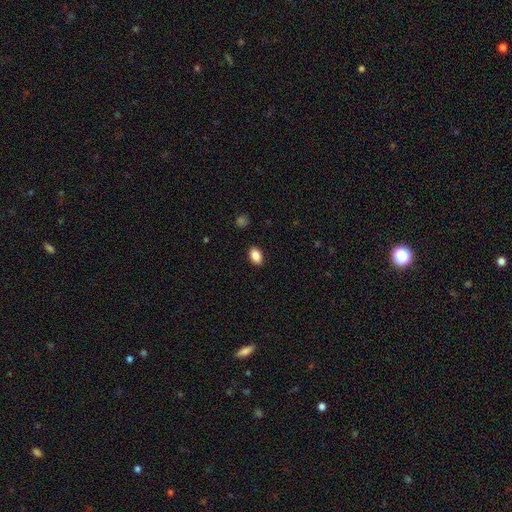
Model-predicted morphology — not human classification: smooth-or-featured: smooth: 88% | star or artifact: 8% | featured or disk: 4%
  how-rounded: in between: 85% | round: 13% | cigar-shaped: 1%
  merging: none: 89% | minor disturbance: 7% | major disturbance: 2% | merger: 1%